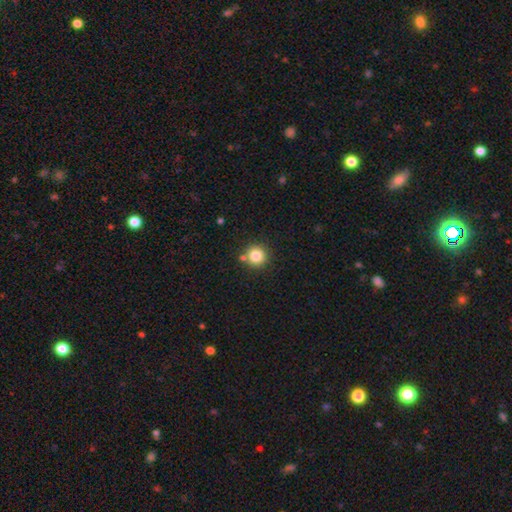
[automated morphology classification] A smooth galaxy with no disk features (82%) that is round (94%).

Vote fractions:
- Smooth or featured? smooth: 82% / star or artifact: 12% / featured or disk: 6%
- How rounded? round: 94% / in between: 5% / cigar-shaped: 1%
- Merging? none: 80% / merger: 10% / minor disturbance: 8% / major disturbance: 3%